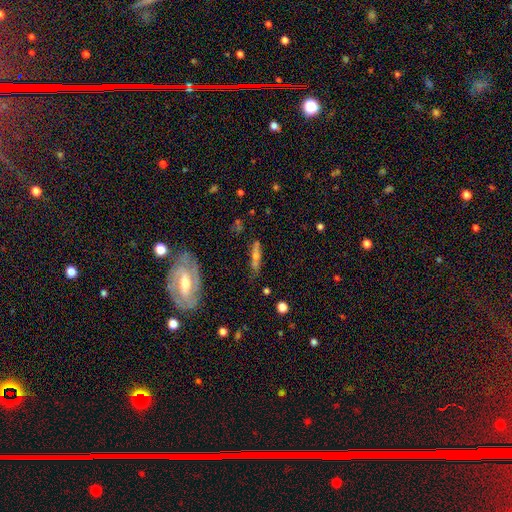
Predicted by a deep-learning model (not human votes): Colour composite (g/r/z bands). It shows a featured or disk galaxy (58%) viewed edge-on (57%). Merging: none (69%).